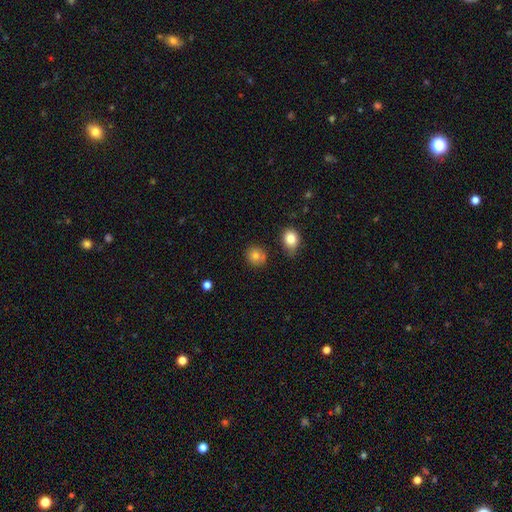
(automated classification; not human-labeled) This appears to be a smooth galaxy with no disk features (81%) that is round (86%). Merging: none (80%).